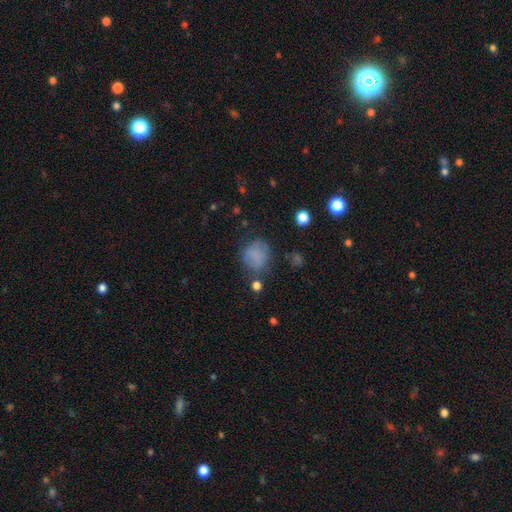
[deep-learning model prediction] smooth-or-featured: smooth: 71% | featured or disk: 15% | star or artifact: 14%
  how-rounded: round: 68% | in between: 31% | cigar-shaped: 1%
  merging: none: 58% | minor disturbance: 23% | major disturbance: 14% | merger: 5%